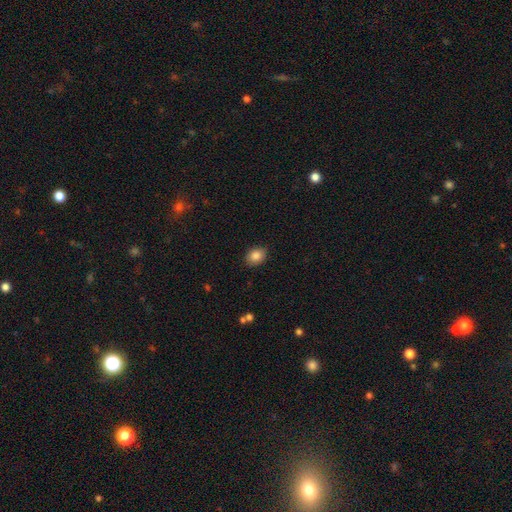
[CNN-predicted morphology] smooth_or_featured: smooth (p=0.86) [alt: star or artifact p=0.08]
how_rounded: in between (p=0.59) [alt: round p=0.40]
merging: none (p=0.87) [alt: minor disturbance p=0.10]